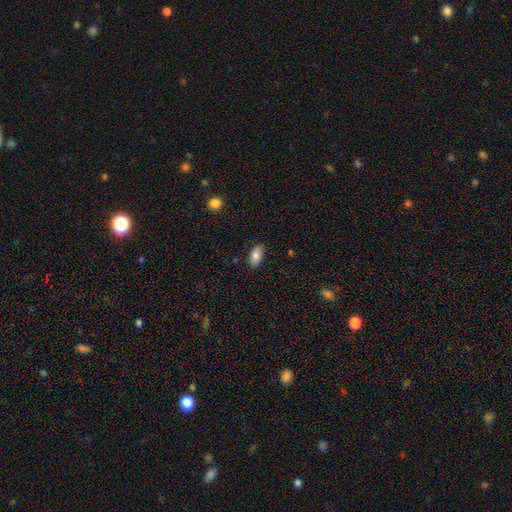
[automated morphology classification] Smooth or featured: smooth — 82% (featured or disk — 11%)
How rounded: in between — 92% (cigar-shaped — 5%)
Merging: none — 83% (minor disturbance — 13%)